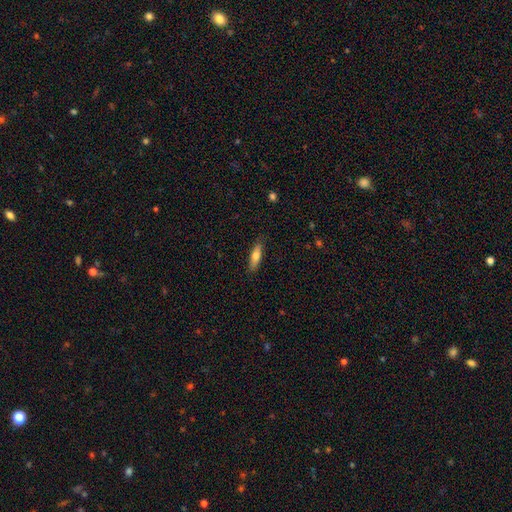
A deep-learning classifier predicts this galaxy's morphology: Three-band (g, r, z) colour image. It shows a smooth galaxy with no disk features (68%) that is cigar-shaped (58%). Merging: none (85%).